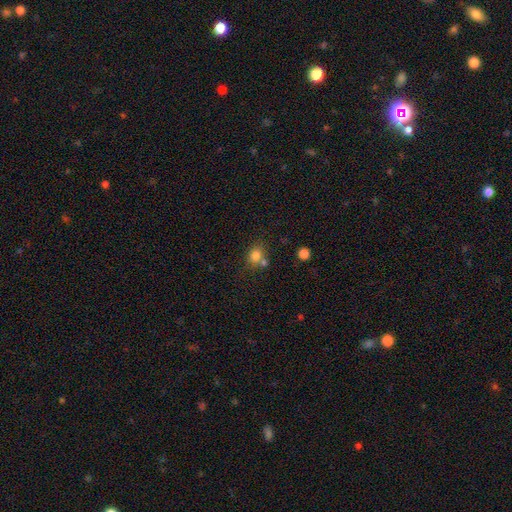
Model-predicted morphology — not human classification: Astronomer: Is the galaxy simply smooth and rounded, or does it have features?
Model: smooth — 79%.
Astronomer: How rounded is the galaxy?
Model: round — 65%.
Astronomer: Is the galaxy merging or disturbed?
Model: none — 59%.